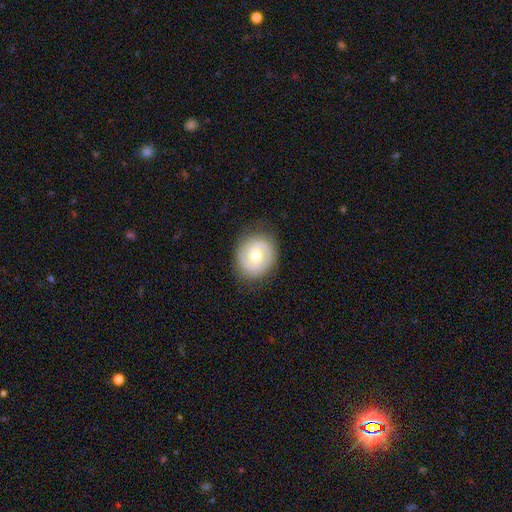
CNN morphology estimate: Q: Smooth or featured?
A: featured or disk (74%); runner-up: smooth (20%)
Q: Edge-on disk?
A: no (98%); runner-up: yes (2%)
Q: Bar?
A: no (58%); runner-up: weak (36%)
Q: Spiral arms?
A: yes (91%); runner-up: no (9%)
Q: Spiral winding?
A: tight (51%); runner-up: medium (39%)
Q: Spiral arm count?
A: 2 (84%); runner-up: can't tell (8%)
Q: Bulge size?
A: moderate (71%); runner-up: small (22%)
Q: Merging?
A: none (84%); runner-up: minor disturbance (11%)